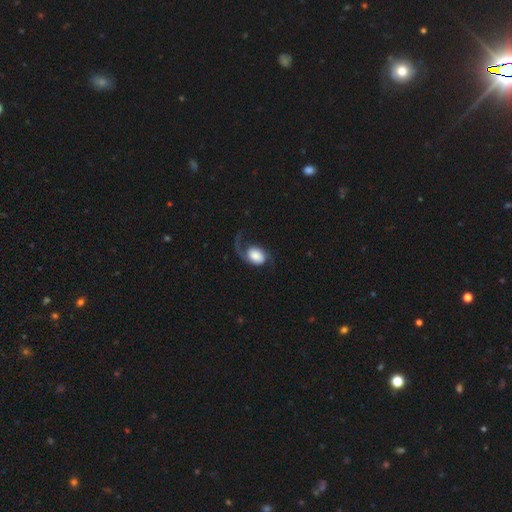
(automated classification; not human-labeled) Smooth or featured?
  - featured or disk: 54% *
  - smooth: 38%
  - star or artifact: 8%
Edge-on disk?
  - no: 97% *
  - yes: 3%
Bar?
  - no: 71% *
  - weak: 22%
  - strong: 6%
Spiral arms?
  - yes: 90% *
  - no: 10%
Bulge size?
  - large: 36% *
  - dominant: 30%
  - moderate: 15%
  - small: 10%
  - none: 10%
Merging?
  - major disturbance: 40% *
  - none: 38%
  - minor disturbance: 20%
  - merger: 3%